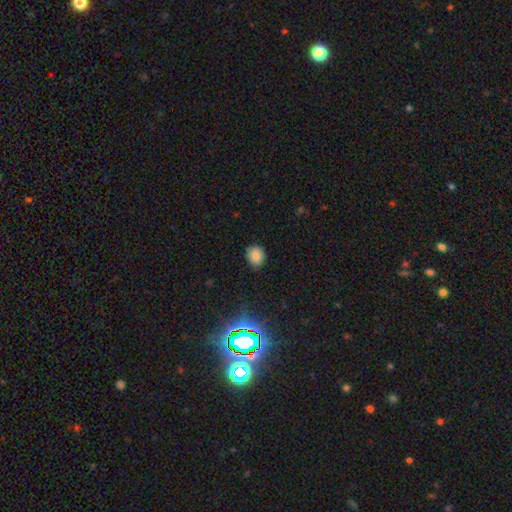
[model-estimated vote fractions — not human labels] This appears to be a smooth galaxy with no disk features (83%) that is round (63%). Merging: none (83%).